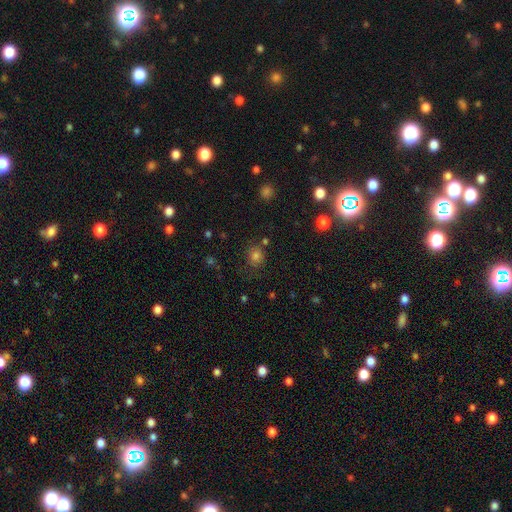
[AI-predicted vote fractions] Q: Smooth or featured?
A: smooth (76%); runner-up: star or artifact (17%)
Q: How rounded?
A: round (80%); runner-up: in between (19%)
Q: Merging?
A: none (76%); runner-up: minor disturbance (13%)